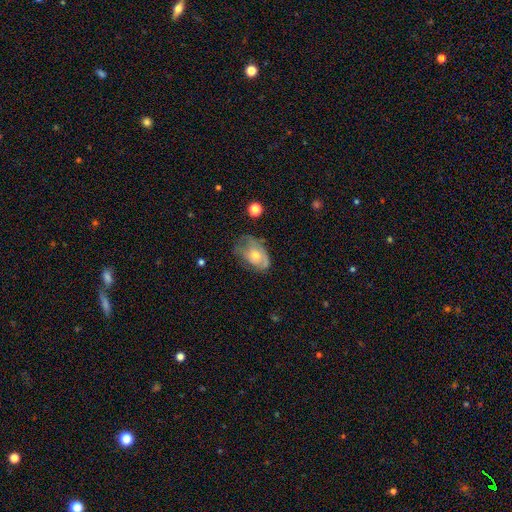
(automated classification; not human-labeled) featured or disk 49%, smooth 42%, star or artifact 9%. Down the decision tree: merging — none (45%).